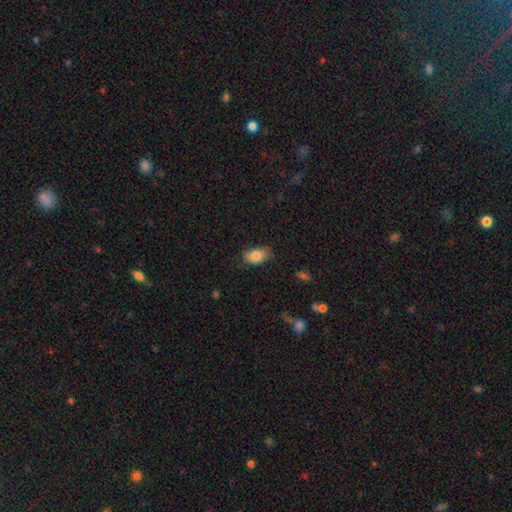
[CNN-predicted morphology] The model was most divided on "merging": none: 64%, minor disturbance: 28%, major disturbance: 7%, merger: 1%. More confident: how rounded — in between (86%); smooth or featured — smooth (83%).